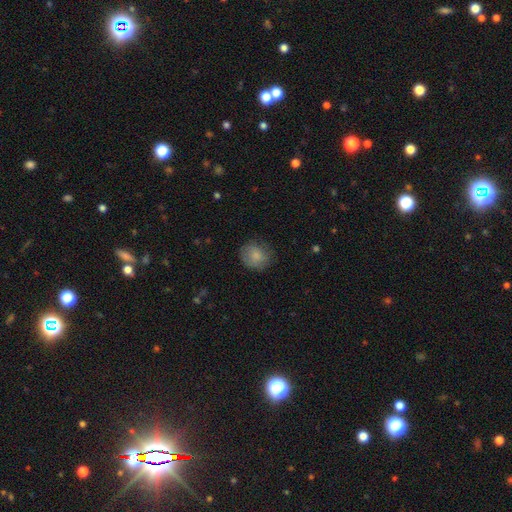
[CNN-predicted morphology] A smooth galaxy with no disk features (81%) that is round (81%).

Vote fractions:
- Smooth or featured? smooth: 81% / featured or disk: 12% / star or artifact: 7%
- How rounded? round: 81% / in between: 18% / cigar-shaped: 1%
- Merging? none: 74% / minor disturbance: 19% / major disturbance: 6% / merger: 1%